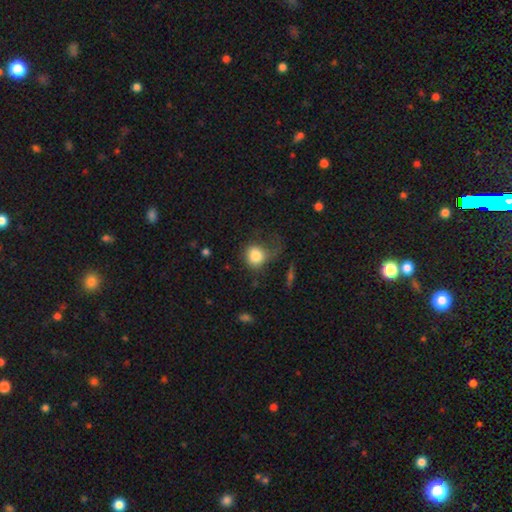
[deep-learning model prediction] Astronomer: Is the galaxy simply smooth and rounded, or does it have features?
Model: smooth — 82%.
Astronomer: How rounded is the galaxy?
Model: round — 74%.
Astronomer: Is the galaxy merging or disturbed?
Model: none — 39% (runner-up: major disturbance, 33%).